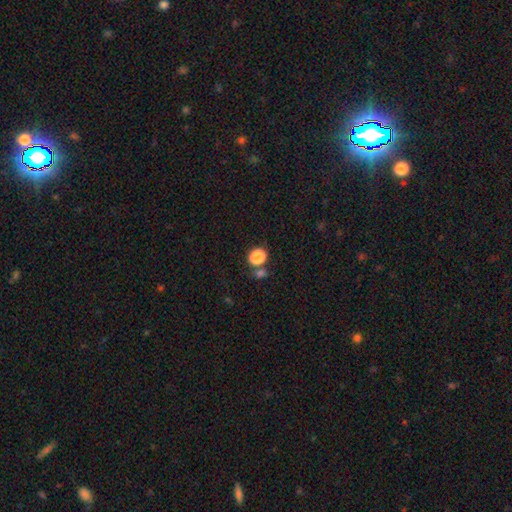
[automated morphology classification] Q: Smooth or featured?
A: smooth (76%); runner-up: star or artifact (19%)
Q: How rounded?
A: round (56%); runner-up: in between (43%)
Q: Merging?
A: none (69%); runner-up: merger (17%)